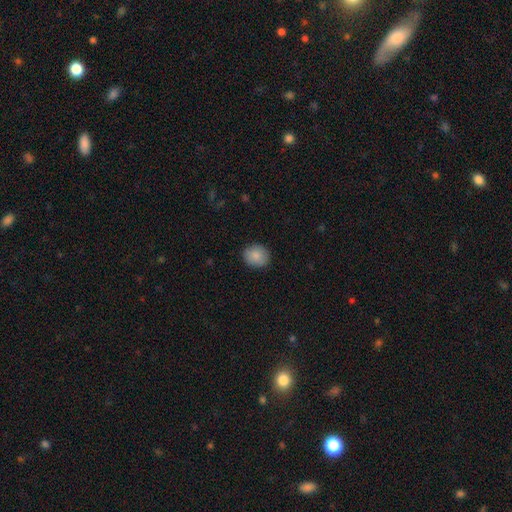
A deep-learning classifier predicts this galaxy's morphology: smooth-or-featured: smooth: 87% | star or artifact: 7% | featured or disk: 5%
  how-rounded: round: 77% | in between: 22% | cigar-shaped: 1%
  merging: none: 89% | minor disturbance: 8% | major disturbance: 2% | merger: 1%